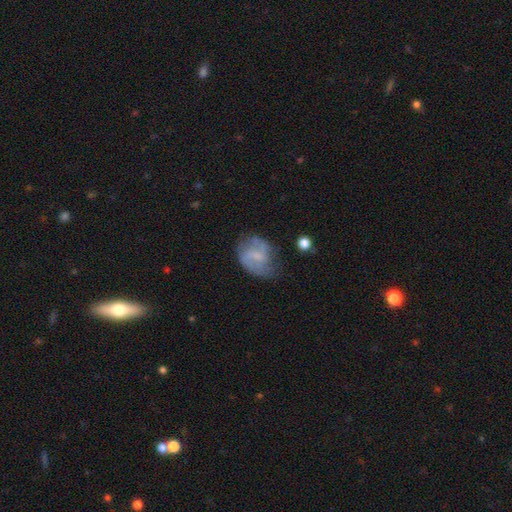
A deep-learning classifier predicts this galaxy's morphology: Smooth or featured: featured or disk — 60% (smooth — 33%)
Edge-on disk: no — 98% (yes — 2%)
Bar: weak — 51% (no — 36%)
Spiral arms: yes — 79% (no — 21%)
Bulge size: small — 44% (none — 36%)
Merging: none — 50% (minor disturbance — 29%)